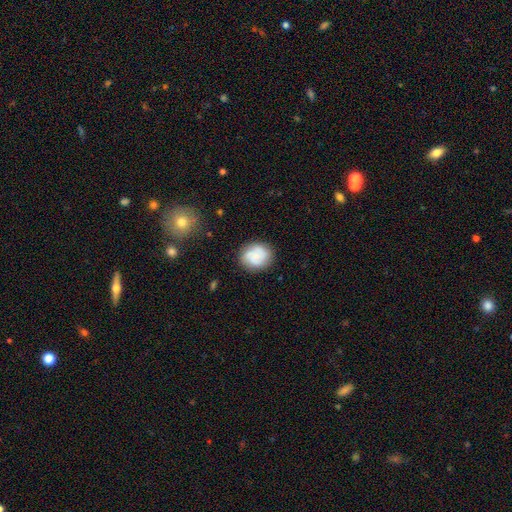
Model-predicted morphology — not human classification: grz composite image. It shows a smooth galaxy with no disk features (59%) that is round (70%). Merging: none (77%).